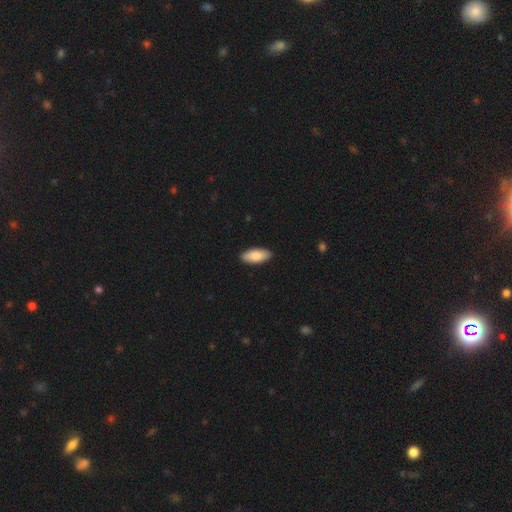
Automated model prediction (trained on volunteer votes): Smooth or featured: smooth — 86% (featured or disk — 8%)
How rounded: in between — 85% (cigar-shaped — 13%)
Merging: none — 91% (minor disturbance — 7%)